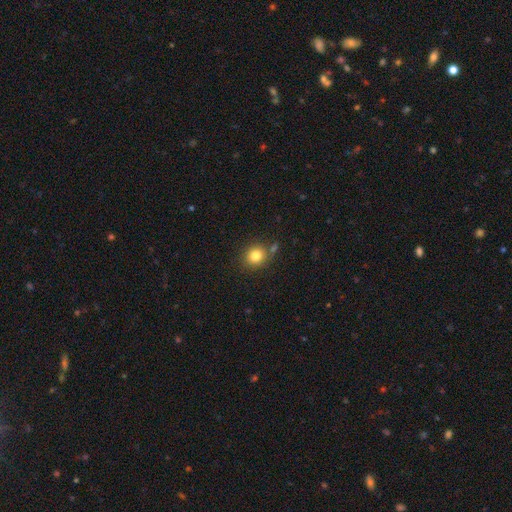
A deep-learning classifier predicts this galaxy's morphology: A smooth galaxy with no disk features (81%) that is round (82%). Merging: none (76%).